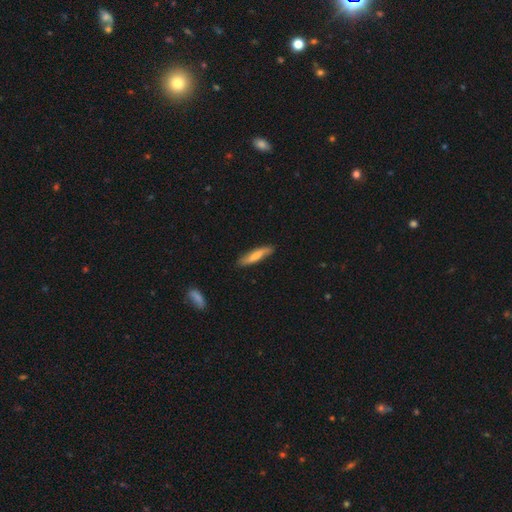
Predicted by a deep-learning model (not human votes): Overall: smooth (67%). How rounded: cigar-shaped (82%). Merging: none (80%).